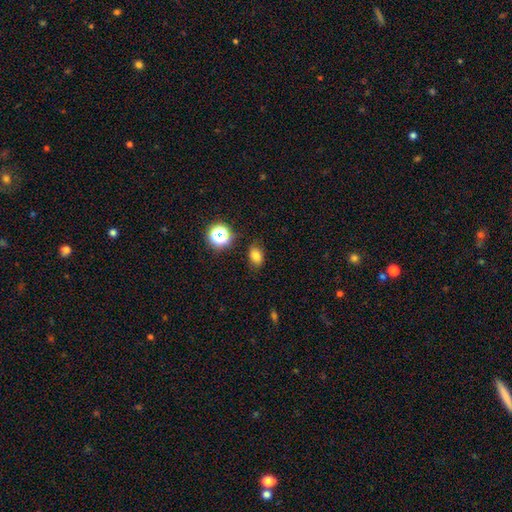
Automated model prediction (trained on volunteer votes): Overall: smooth (76%). How rounded: in between (74%). Merging: none (80%).